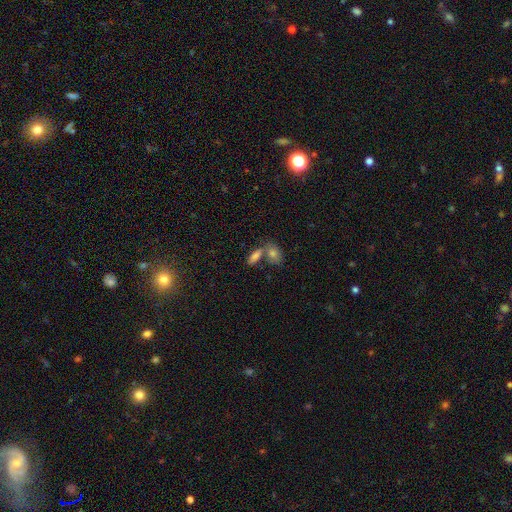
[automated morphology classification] smooth_or_featured: smooth (p=0.76) [alt: featured or disk p=0.12]
how_rounded: in between (p=0.79) [alt: cigar-shaped p=0.14]
merging: none (p=0.47) [alt: merger p=0.39]